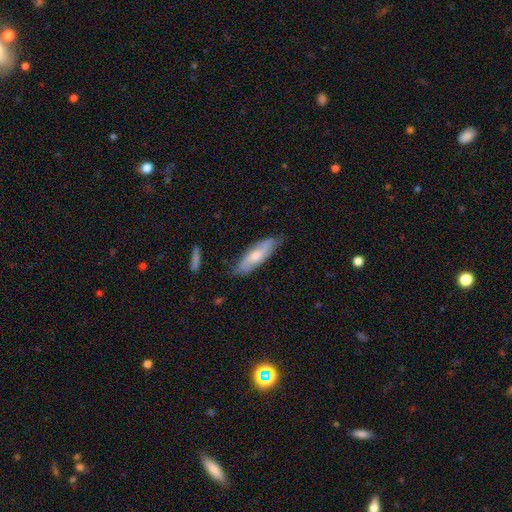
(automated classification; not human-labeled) smooth-or-featured: smooth: 59% | featured or disk: 36% | star or artifact: 6%
  how-rounded: cigar-shaped: 51% | in between: 47% | round: 2%
  merging: none: 73% | minor disturbance: 21% | major disturbance: 4% | merger: 2%